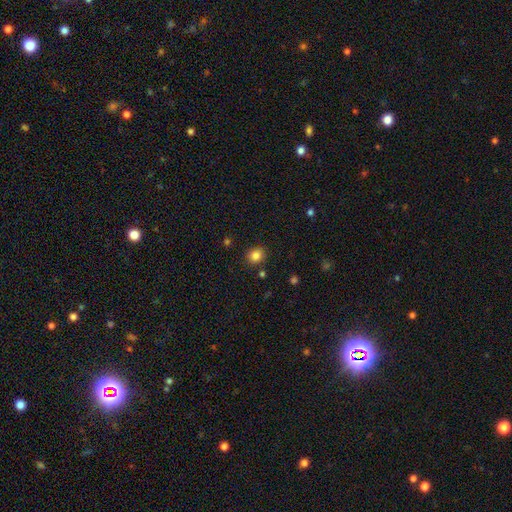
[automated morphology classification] smooth_or_featured: smooth (p=0.84) [alt: star or artifact p=0.12]
how_rounded: round (p=0.77) [alt: in between p=0.22]
merging: none (p=0.87) [alt: minor disturbance p=0.08]